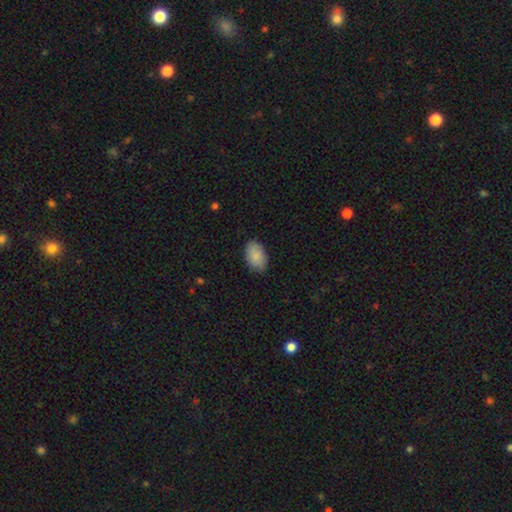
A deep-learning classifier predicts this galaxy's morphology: type=smooth (88%); roundness=in between (92%); merging=none (85%).